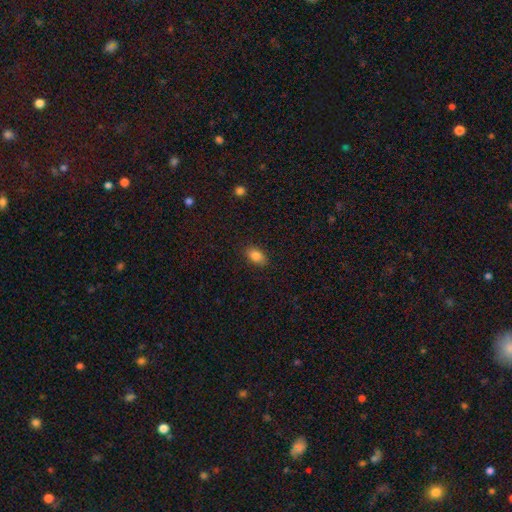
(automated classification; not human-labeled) smooth-or-featured: smooth: 84% | star or artifact: 9% | featured or disk: 6%
  how-rounded: in between: 88% | round: 10% | cigar-shaped: 2%
  merging: none: 87% | minor disturbance: 10% | major disturbance: 2% | merger: 1%